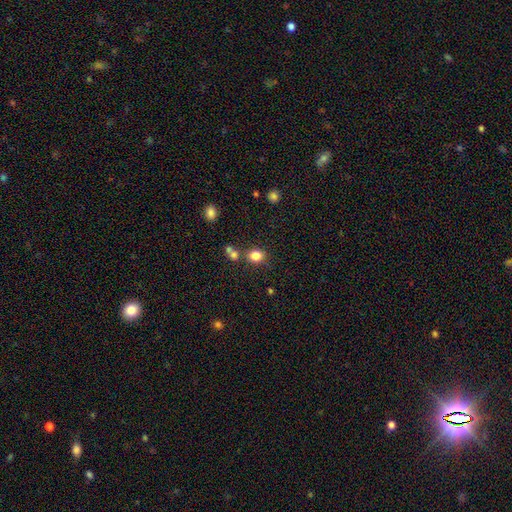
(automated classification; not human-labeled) The model was most divided on "how rounded": round: 60%, in between: 39%, cigar-shaped: 1%. More confident: smooth or featured — smooth (82%); merging — none (69%).